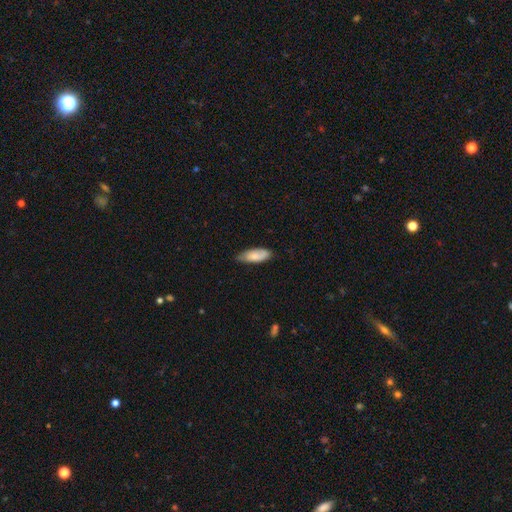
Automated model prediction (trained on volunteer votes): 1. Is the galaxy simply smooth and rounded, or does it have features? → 78% smooth, 16% featured or disk, 6% star or artifact.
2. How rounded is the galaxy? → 76% in between, 23% cigar-shaped, 2% round.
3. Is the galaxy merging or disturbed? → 69% none, 27% minor disturbance, 3% major disturbance, 1% merger.